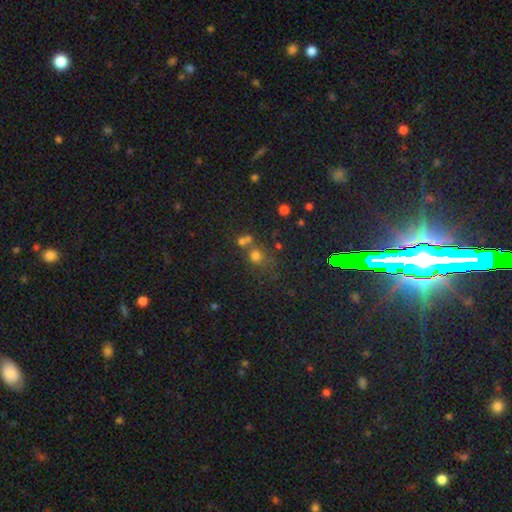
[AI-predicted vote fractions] Smooth or featured? smooth (64%)
How rounded? round (83%)
Merging? none (50%)